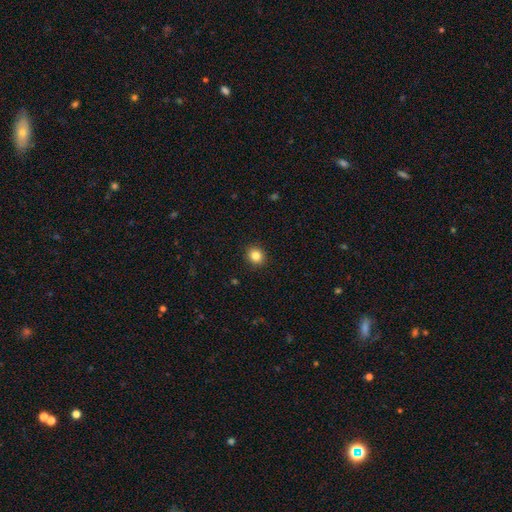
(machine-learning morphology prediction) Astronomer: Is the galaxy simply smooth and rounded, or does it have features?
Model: smooth — 84%.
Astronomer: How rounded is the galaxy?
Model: round — 81%.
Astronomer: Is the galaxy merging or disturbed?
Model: none — 92%.